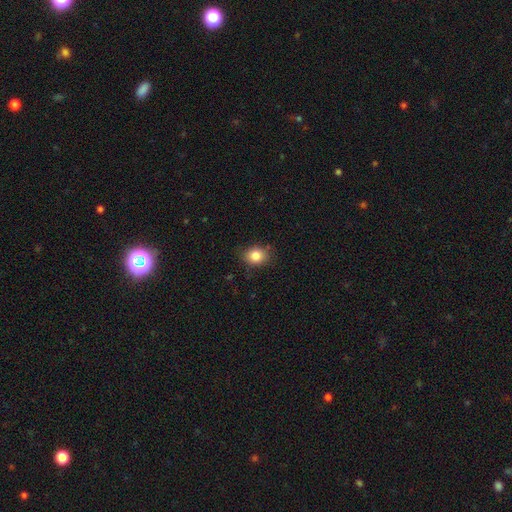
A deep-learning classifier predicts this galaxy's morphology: The model was most divided on "how rounded": round: 52%, in between: 47%, cigar-shaped: 1%. More confident: smooth or featured — smooth (84%); merging — none (80%).